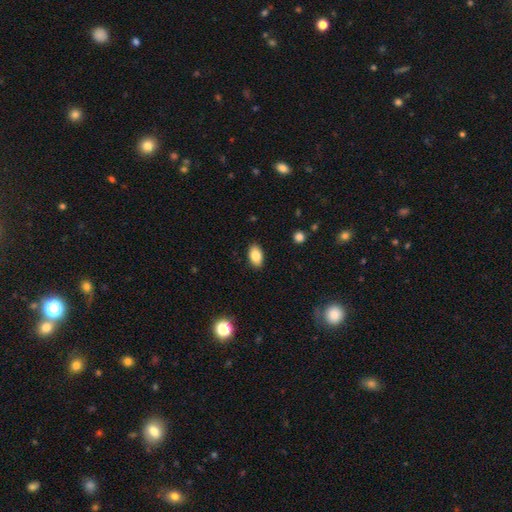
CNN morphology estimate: The model was most divided on "smooth or featured": smooth: 84%, star or artifact: 8%, featured or disk: 8%. More confident: how rounded — in between (91%); merging — none (89%).